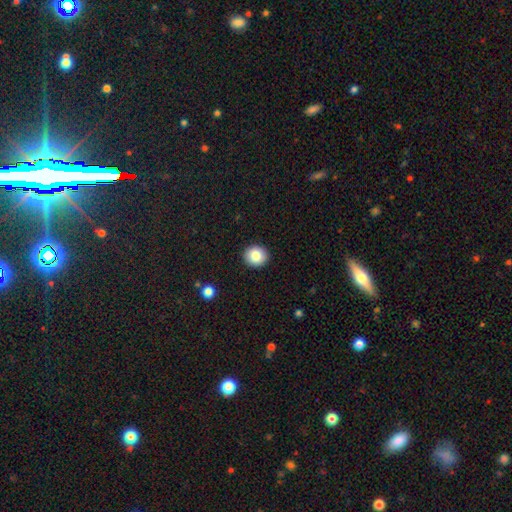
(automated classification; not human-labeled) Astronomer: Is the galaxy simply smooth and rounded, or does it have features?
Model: smooth — 85%.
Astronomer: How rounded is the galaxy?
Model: round — 84%.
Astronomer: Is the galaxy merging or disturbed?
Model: none — 92%.